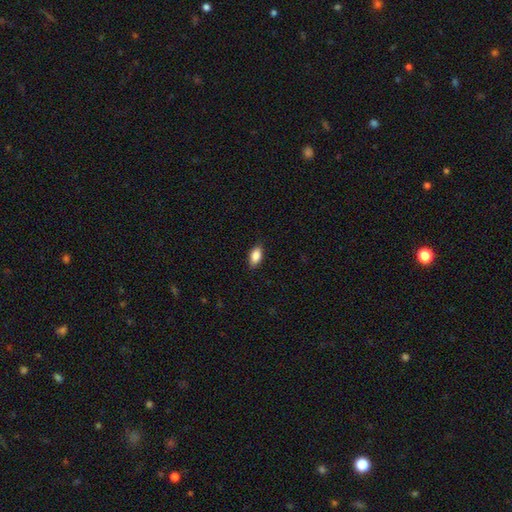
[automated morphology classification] smooth-or-featured: smooth: 87% | star or artifact: 7% | featured or disk: 6%
  how-rounded: in between: 90% | cigar-shaped: 5% | round: 5%
  merging: none: 85% | minor disturbance: 12% | major disturbance: 2% | merger: 1%